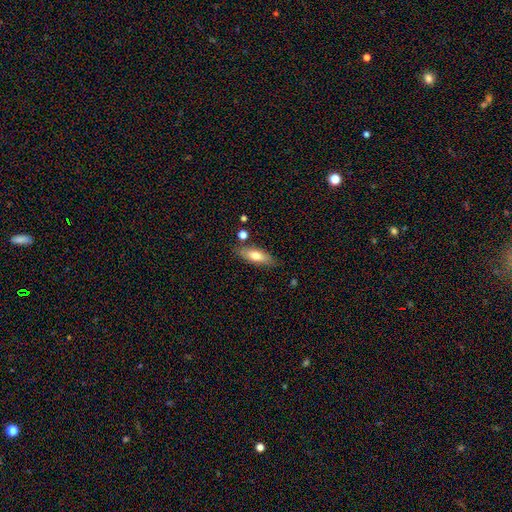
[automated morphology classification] Smooth or featured? smooth (68%)
How rounded? in between (61%)
Merging? none (79%)